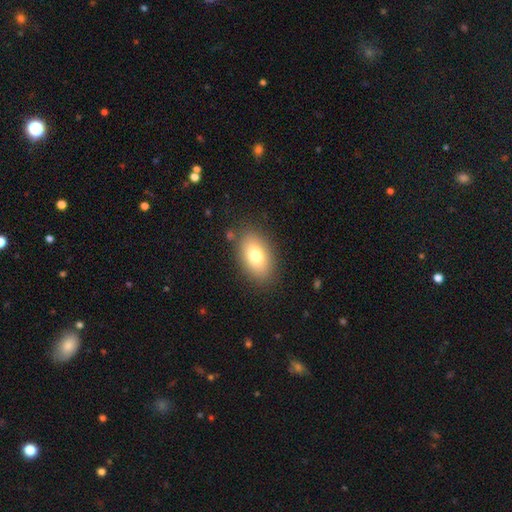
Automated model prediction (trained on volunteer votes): Smooth or featured?
  - smooth: 78% *
  - featured or disk: 14%
  - star or artifact: 8%
How rounded?
  - in between: 90% *
  - round: 8%
  - cigar-shaped: 2%
Merging?
  - none: 84% *
  - minor disturbance: 10%
  - major disturbance: 3%
  - merger: 2%